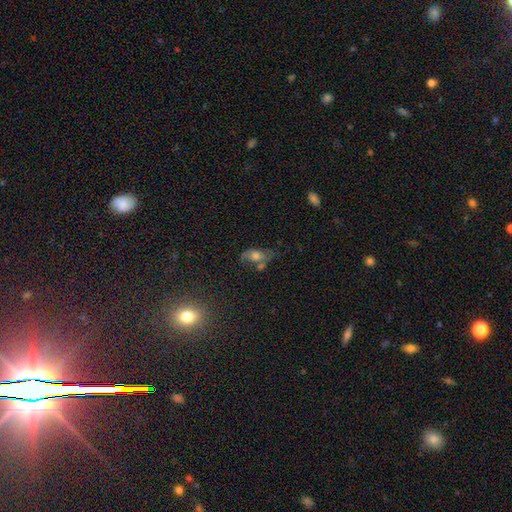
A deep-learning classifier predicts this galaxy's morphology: The model was most divided on "smooth or featured": smooth: 46%, featured or disk: 40%, star or artifact: 15%. Remaining: merging — none (40%).